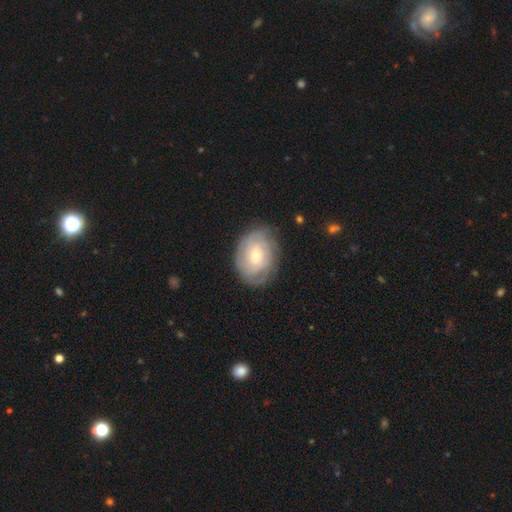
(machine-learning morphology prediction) Q: Smooth or featured?
A: featured or disk (65%); runner-up: smooth (28%)
Q: Edge-on disk?
A: no (97%); runner-up: yes (3%)
Q: Bar?
A: no (72%); runner-up: weak (24%)
Q: Spiral arms?
A: yes (85%); runner-up: no (15%)
Q: Spiral winding?
A: tight (67%); runner-up: medium (25%)
Q: Spiral arm count?
A: can't tell (48%); runner-up: 2 (20%)
Q: Bulge size?
A: small (53%); runner-up: moderate (40%)
Q: Merging?
A: none (75%); runner-up: minor disturbance (17%)